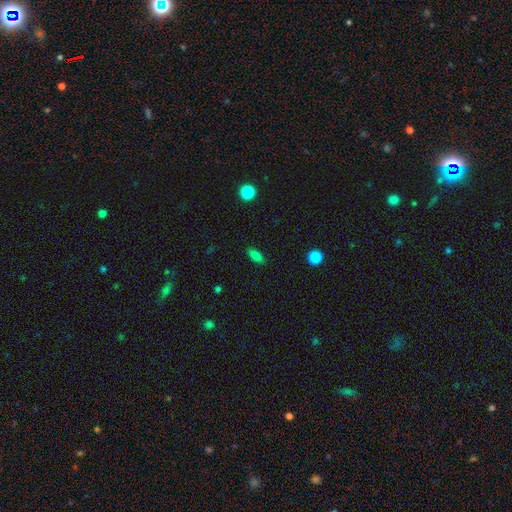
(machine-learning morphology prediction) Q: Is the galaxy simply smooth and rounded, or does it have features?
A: smooth — 81%.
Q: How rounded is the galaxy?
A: in between — 77%.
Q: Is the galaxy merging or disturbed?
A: none — 86%.